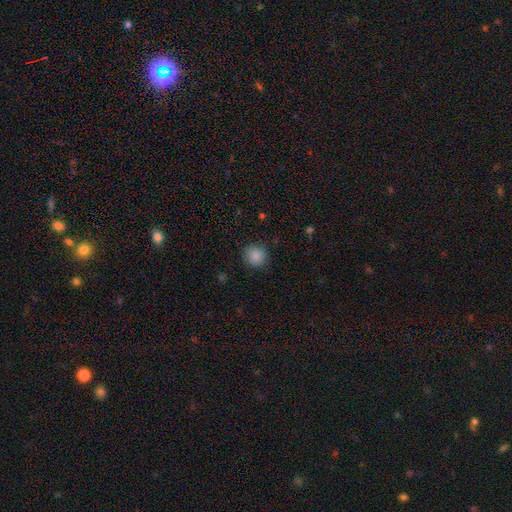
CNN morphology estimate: Smooth or featured? Predicted: smooth (p=0.87). How rounded? Predicted: round (p=0.93). Merging? Predicted: none (p=0.88).